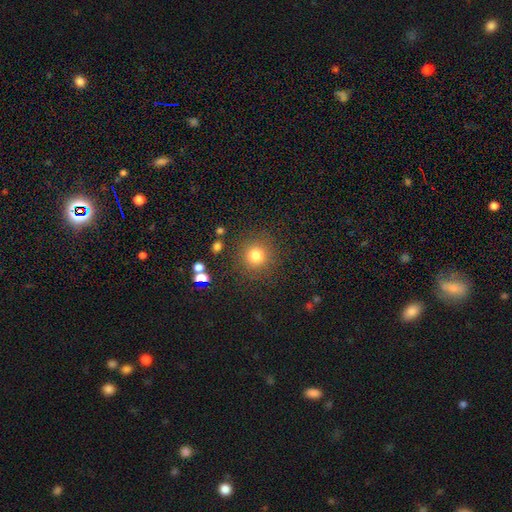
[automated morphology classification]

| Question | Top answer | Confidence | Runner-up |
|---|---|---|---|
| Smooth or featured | smooth | 79% | star or artifact (15%) |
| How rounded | round | 94% | in between (5%) |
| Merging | none | 87% | minor disturbance (7%) |